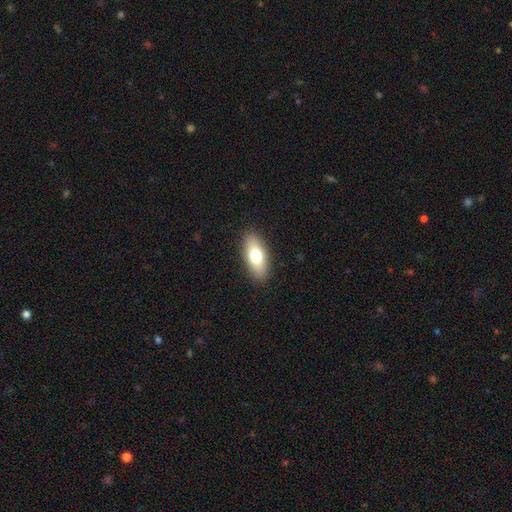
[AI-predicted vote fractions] A smooth galaxy with no disk features (73%) that is in between round and cigar-shaped (83%). Merging: none (89%).